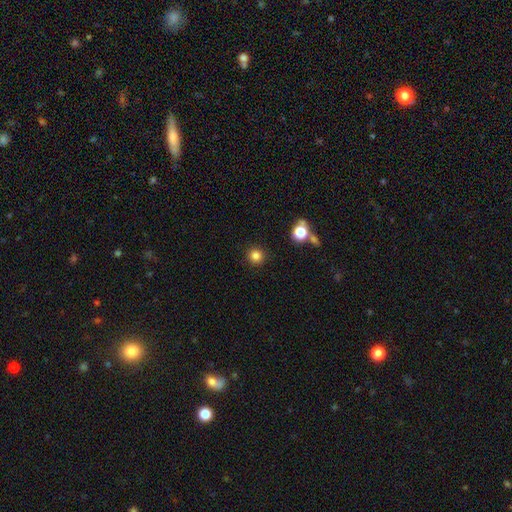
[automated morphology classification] type=smooth (82%); roundness=round (95%); merging=none (91%).